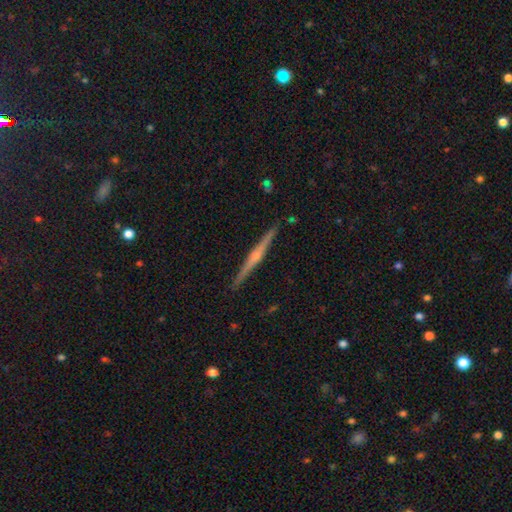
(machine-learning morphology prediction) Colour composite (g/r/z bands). It shows a featured or disk galaxy (81%) viewed edge-on (99%) with a rounded central bulge (81%). Merging: none (92%).